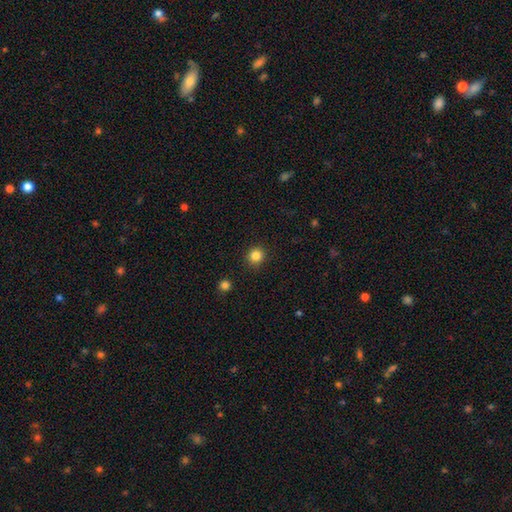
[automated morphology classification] This is clearly a smooth galaxy (84%). How rounded: clearly round (90%). Merging: clearly none (90%).